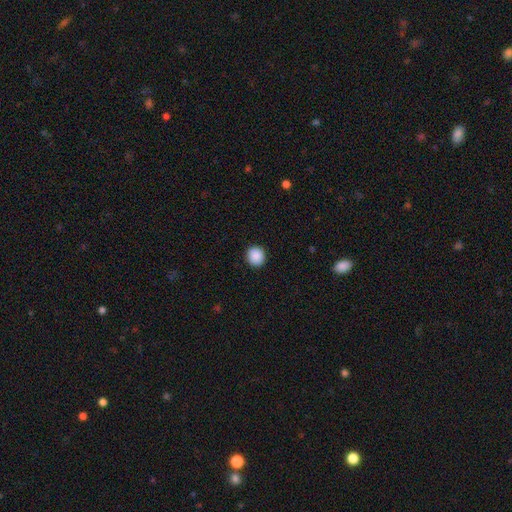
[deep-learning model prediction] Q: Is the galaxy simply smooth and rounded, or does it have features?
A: smooth — 90%.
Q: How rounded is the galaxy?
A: round — 91%.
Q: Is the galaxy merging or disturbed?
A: none — 92%.